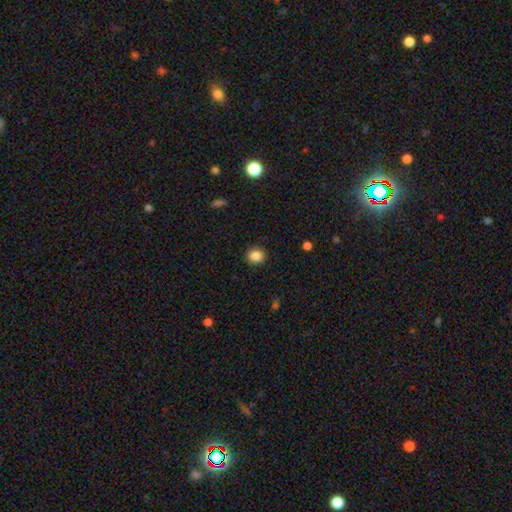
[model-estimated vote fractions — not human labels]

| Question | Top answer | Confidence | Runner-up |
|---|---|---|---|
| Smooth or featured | smooth | 86% | star or artifact (10%) |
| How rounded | round | 74% | in between (25%) |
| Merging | none | 89% | minor disturbance (7%) |